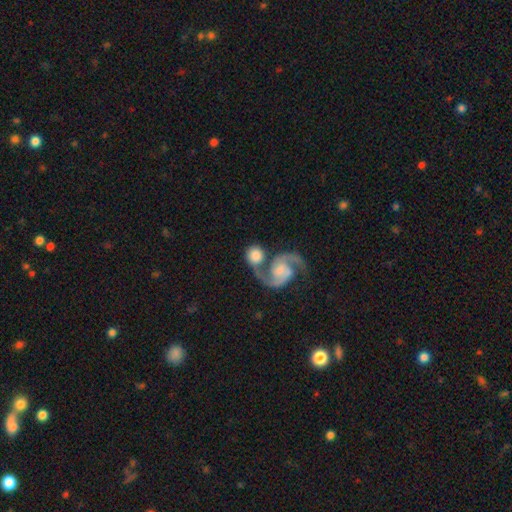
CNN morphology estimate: This appears to be a featured or disk galaxy (57%) with no bar (61%), 2 (88%) loose (47%) spiral arms (92%) and a small central bulge (31%). Merging: merger (44%).